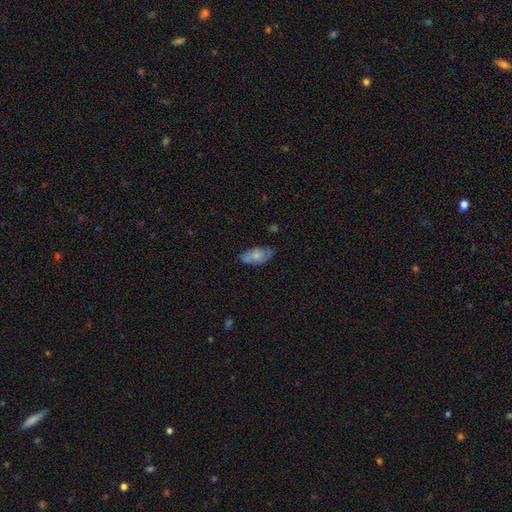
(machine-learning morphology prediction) smooth 72%, featured or disk 21%, star or artifact 7%. Down the decision tree: how rounded — in between (91%); merging — none (71%).